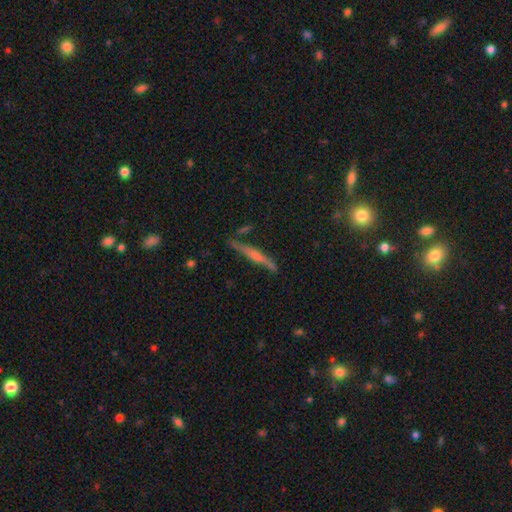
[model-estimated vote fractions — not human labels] smooth_or_featured: featured or disk (p=0.67) [alt: smooth p=0.25]
disk_edge_on: yes (p=0.96) [alt: no p=0.04]
edge_on_bulge: rounded (p=0.61) [alt: none p=0.24]
merging: none (p=0.83) [alt: minor disturbance p=0.12]